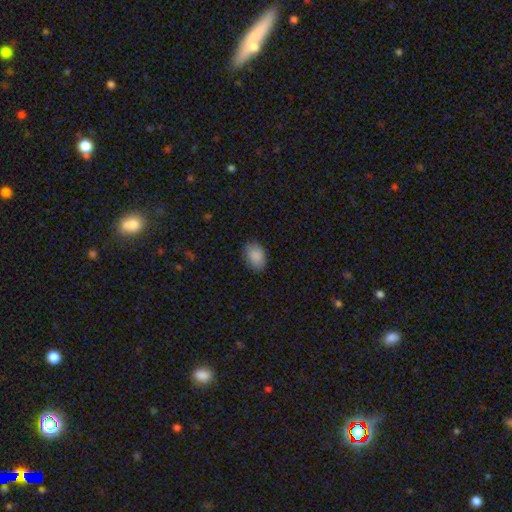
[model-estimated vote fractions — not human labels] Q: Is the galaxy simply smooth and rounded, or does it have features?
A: smooth — 89%.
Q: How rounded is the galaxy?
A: in between — 81%.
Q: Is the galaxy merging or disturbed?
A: none — 82%.